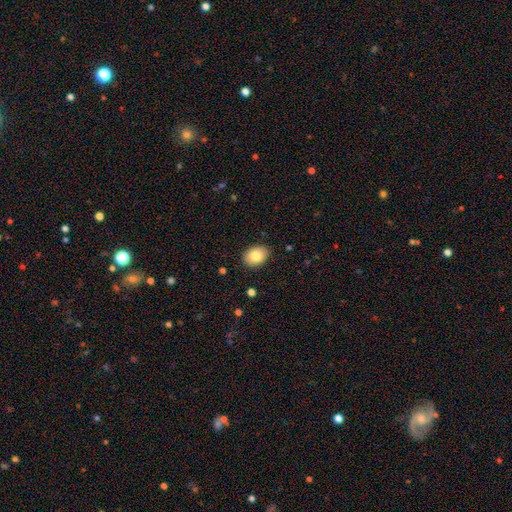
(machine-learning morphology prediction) smooth_or_featured: smooth (p=0.84) [alt: featured or disk p=0.08]
how_rounded: in between (p=0.71) [alt: round p=0.28]
merging: none (p=0.88) [alt: minor disturbance p=0.09]